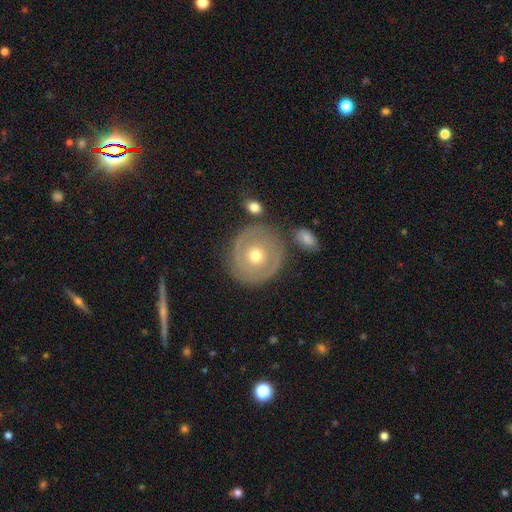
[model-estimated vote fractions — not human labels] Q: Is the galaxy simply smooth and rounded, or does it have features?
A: featured or disk — 58%.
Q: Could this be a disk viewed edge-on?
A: no — 96%.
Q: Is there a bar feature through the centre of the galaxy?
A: no — 86%.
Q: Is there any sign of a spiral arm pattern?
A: no — 54%.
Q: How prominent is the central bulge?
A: moderate — 67%.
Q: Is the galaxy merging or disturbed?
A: none — 77%.